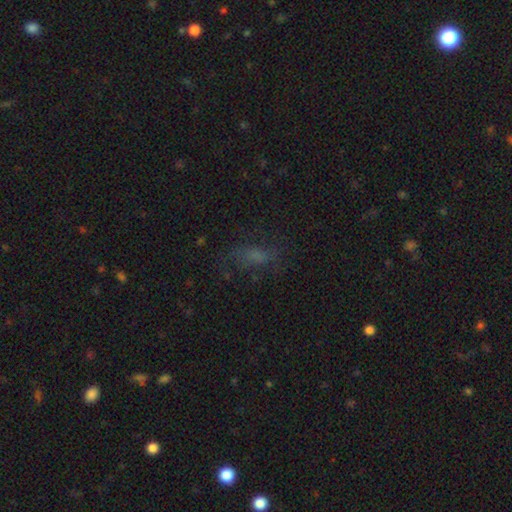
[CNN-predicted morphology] Q: Smooth or featured?
A: smooth (46%); runner-up: star or artifact (28%)
Q: Merging?
A: none (60%); runner-up: minor disturbance (20%)